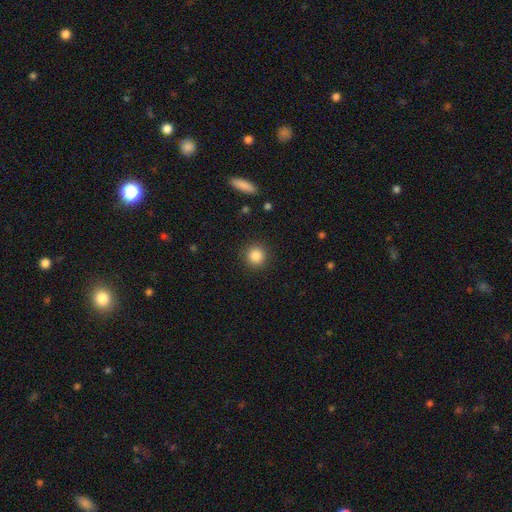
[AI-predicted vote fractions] Smooth or featured? Predicted: smooth (p=0.85). How rounded? Predicted: round (p=0.93). Merging? Predicted: none (p=0.90).